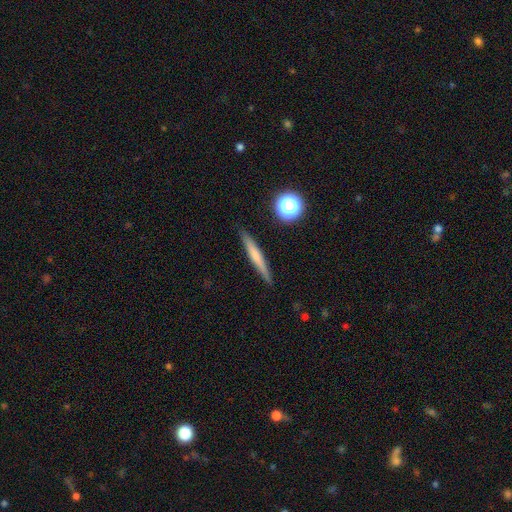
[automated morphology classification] smooth-or-featured: smooth: 52% | featured or disk: 40% | star or artifact: 8%
  how-rounded: cigar-shaped: 94% | in between: 4% | round: 2%
  merging: none: 89% | minor disturbance: 8% | major disturbance: 2% | merger: 1%